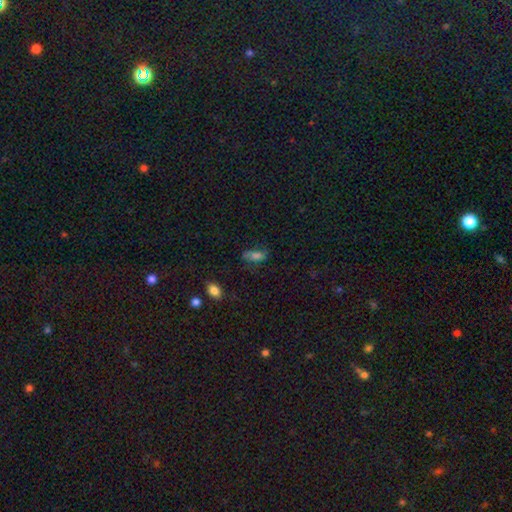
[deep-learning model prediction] This is likely a smooth galaxy (67%). How rounded: clearly in between (82%). Merging: possibly none (52%).